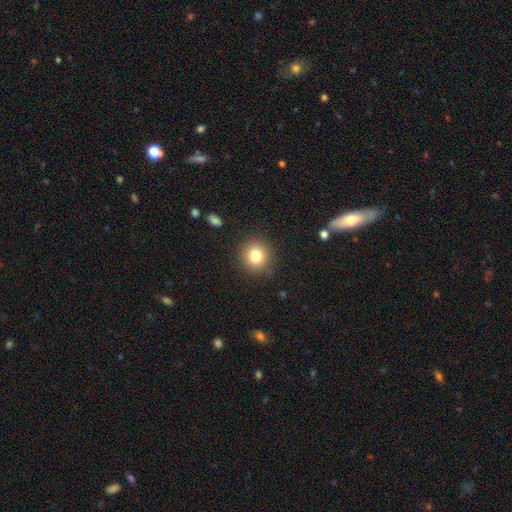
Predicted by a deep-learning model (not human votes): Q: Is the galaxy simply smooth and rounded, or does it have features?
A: smooth — 81%.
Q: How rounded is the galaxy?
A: round — 90%.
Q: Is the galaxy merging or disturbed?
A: none — 89%.